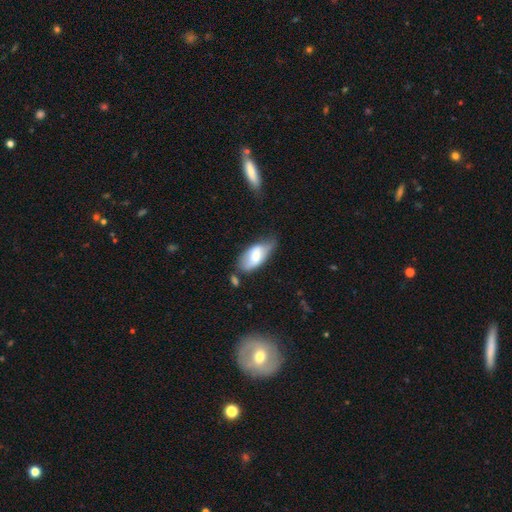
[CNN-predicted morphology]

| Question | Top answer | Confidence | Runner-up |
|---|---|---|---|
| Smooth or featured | smooth | 62% | featured or disk (32%) |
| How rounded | in between | 91% | cigar-shaped (7%) |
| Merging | none | 43% | minor disturbance (38%) |